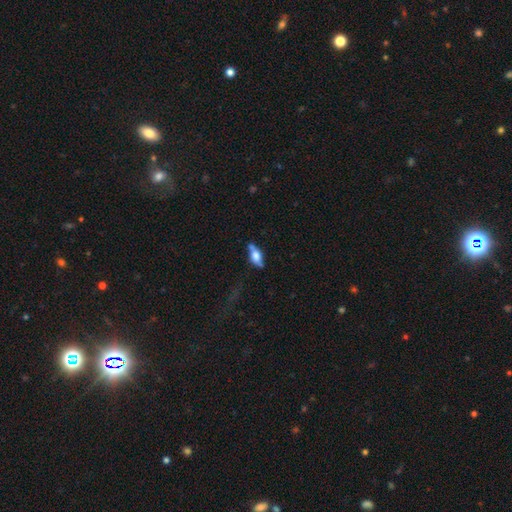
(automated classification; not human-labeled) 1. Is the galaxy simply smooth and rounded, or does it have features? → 50% smooth, 42% featured or disk, 8% star or artifact.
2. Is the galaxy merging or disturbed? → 52% none, 23% minor disturbance, 15% merger, 11% major disturbance.